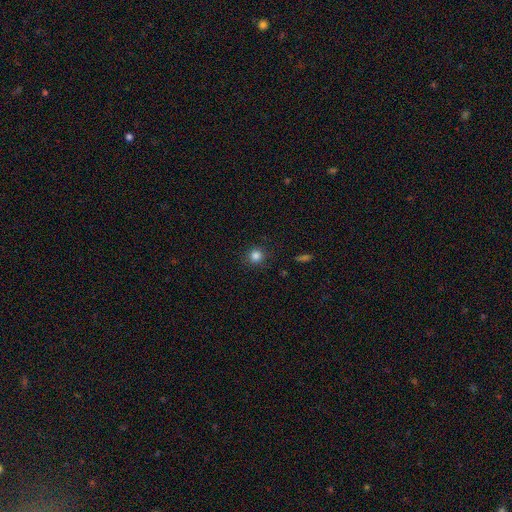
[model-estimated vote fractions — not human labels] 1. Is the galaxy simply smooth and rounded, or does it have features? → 84% smooth, 12% star or artifact, 4% featured or disk.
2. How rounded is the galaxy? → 93% round, 6% in between, 1% cigar-shaped.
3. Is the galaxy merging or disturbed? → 89% none, 8% minor disturbance, 3% major disturbance, 1% merger.